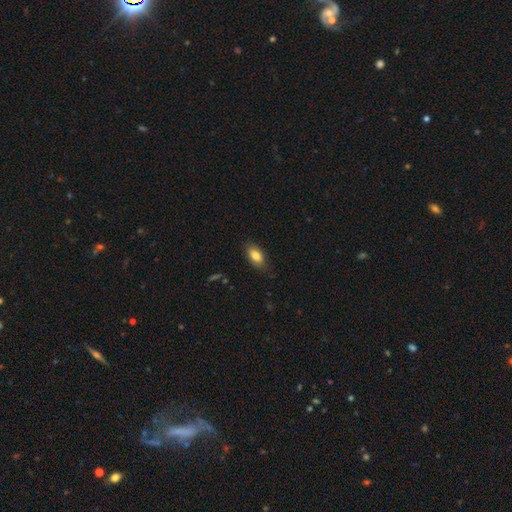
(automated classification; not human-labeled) A smooth galaxy with no disk features (81%) that is in between round and cigar-shaped (88%). Merging: none (79%).